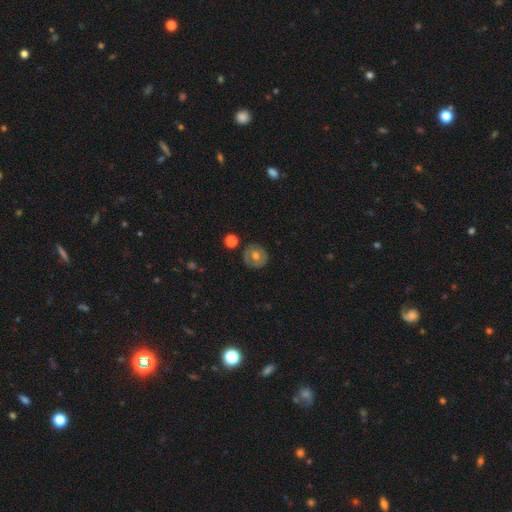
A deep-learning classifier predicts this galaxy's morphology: This is possibly a smooth galaxy (55%). How rounded: clearly round (88%). Merging: clearly none (83%).